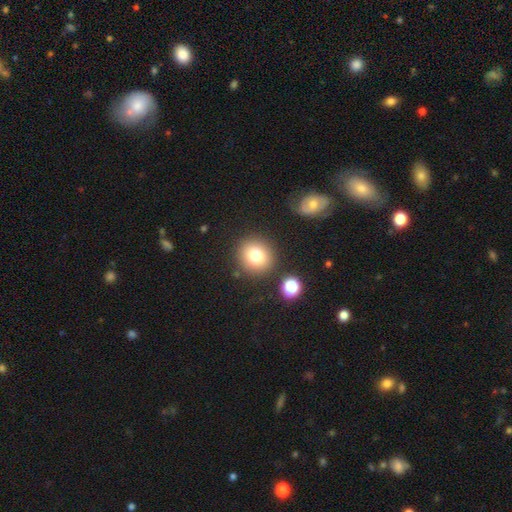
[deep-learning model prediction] Q: Smooth or featured?
A: smooth (78%); runner-up: star or artifact (12%)
Q: How rounded?
A: round (89%); runner-up: in between (10%)
Q: Merging?
A: none (84%); runner-up: minor disturbance (8%)